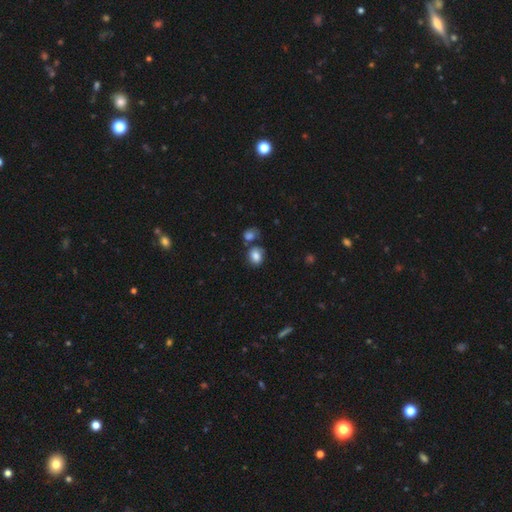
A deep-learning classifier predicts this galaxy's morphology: Overall: smooth (82%). How rounded: in between (55%; round 44%). Merging: none (56%; merger 23%).